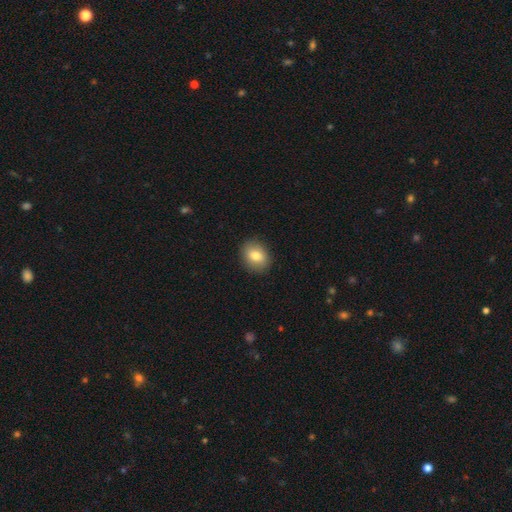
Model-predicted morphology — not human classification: Smooth or featured: smooth — 80% (featured or disk — 12%)
How rounded: in between — 52% (round — 47%)
Merging: none — 88% (minor disturbance — 8%)